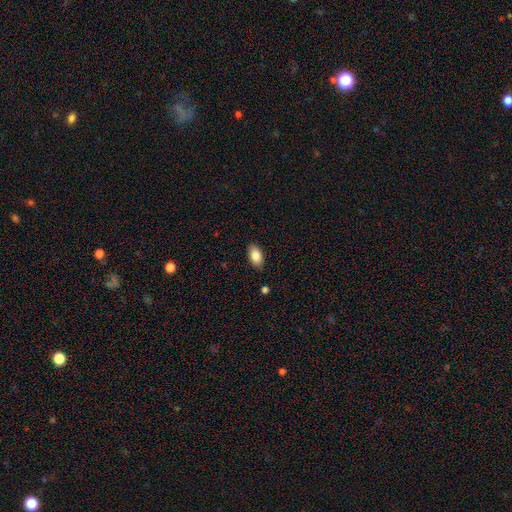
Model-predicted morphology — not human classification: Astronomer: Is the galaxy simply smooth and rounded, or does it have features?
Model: smooth — 85%.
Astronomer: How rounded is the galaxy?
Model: in between — 93%.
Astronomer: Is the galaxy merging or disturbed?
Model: none — 87%.